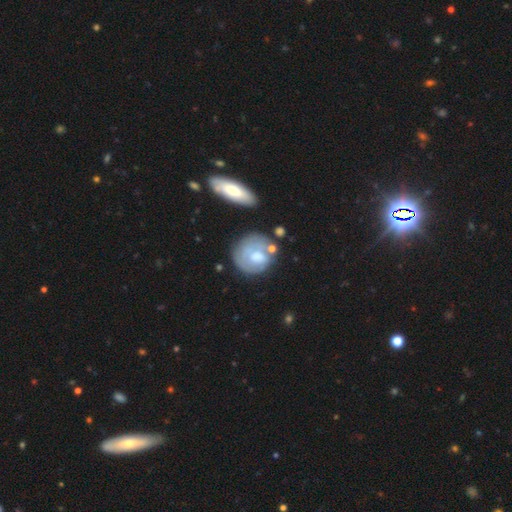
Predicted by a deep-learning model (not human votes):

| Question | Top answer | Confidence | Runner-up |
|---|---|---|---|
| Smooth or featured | smooth | 52% | featured or disk (41%) |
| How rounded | round | 81% | in between (18%) |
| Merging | none | 57% | minor disturbance (21%) |